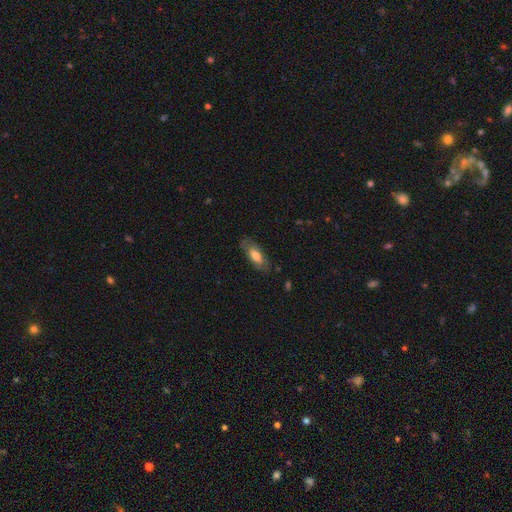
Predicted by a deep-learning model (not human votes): Q: Smooth or featured?
A: smooth (60%); runner-up: featured or disk (34%)
Q: How rounded?
A: in between (77%); runner-up: cigar-shaped (20%)
Q: Merging?
A: none (79%); runner-up: minor disturbance (16%)